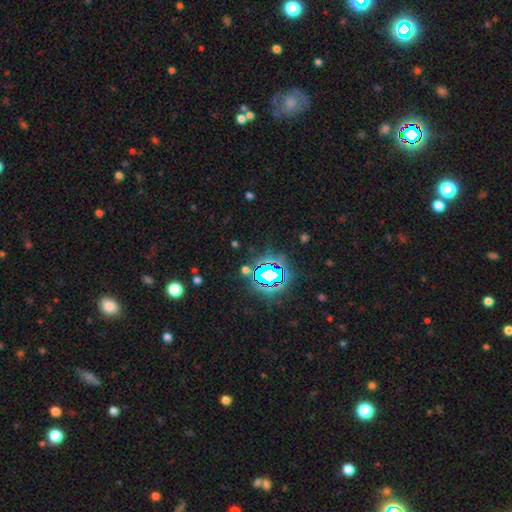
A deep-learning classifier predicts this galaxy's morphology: smooth-or-featured: star or artifact: 80% | smooth: 12% | featured or disk: 7%